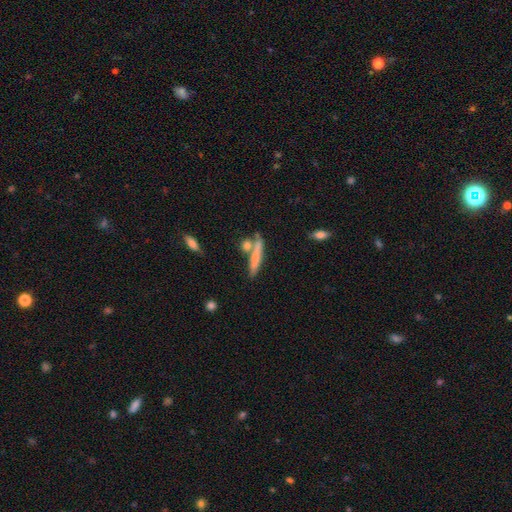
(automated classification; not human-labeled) Q: Smooth or featured?
A: smooth (65%); runner-up: featured or disk (28%)
Q: How rounded?
A: cigar-shaped (88%); runner-up: in between (9%)
Q: Merging?
A: none (66%); runner-up: merger (18%)